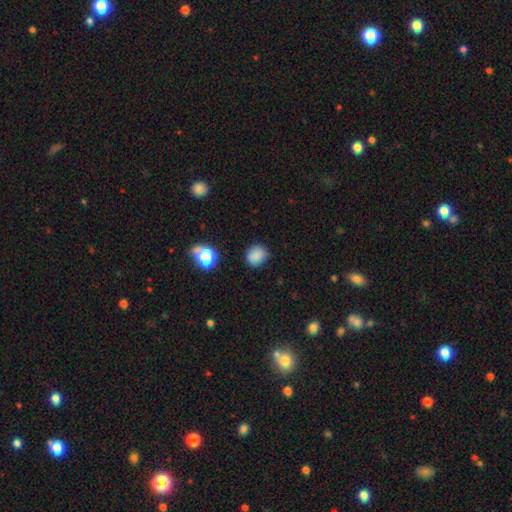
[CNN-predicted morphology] smooth_or_featured: smooth (p=0.83) [alt: star or artifact p=0.12]
how_rounded: round (p=0.67) [alt: in between p=0.32]
merging: none (p=0.81) [alt: minor disturbance p=0.13]